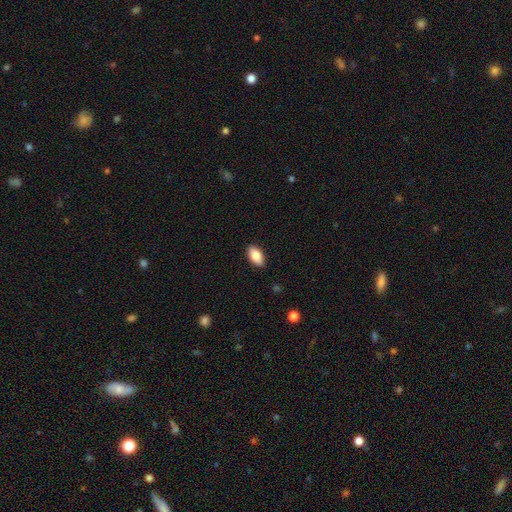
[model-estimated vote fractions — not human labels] Smooth or featured?
  - smooth: 83% *
  - featured or disk: 11%
  - star or artifact: 7%
How rounded?
  - in between: 92% *
  - cigar-shaped: 4%
  - round: 4%
Merging?
  - none: 89% *
  - minor disturbance: 8%
  - major disturbance: 2%
  - merger: 1%